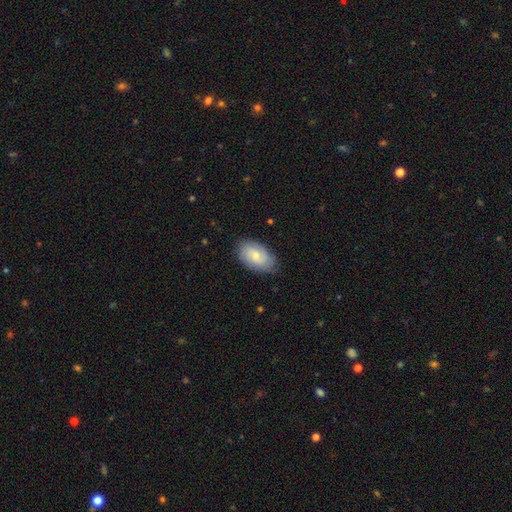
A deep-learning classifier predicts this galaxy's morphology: Smooth or featured? smooth (58%)
How rounded? in between (91%)
Merging? none (80%)